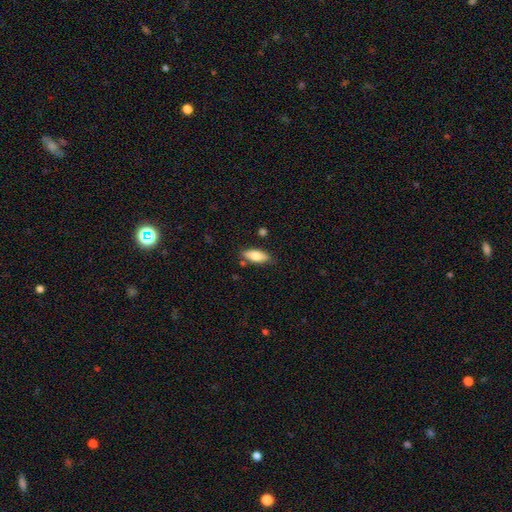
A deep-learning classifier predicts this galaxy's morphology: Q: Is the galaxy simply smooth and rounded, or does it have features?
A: smooth — 76%.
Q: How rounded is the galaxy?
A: in between — 77%.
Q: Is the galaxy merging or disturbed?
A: none — 81%.